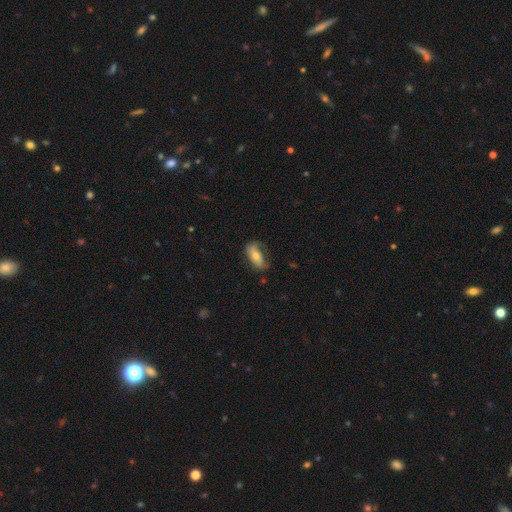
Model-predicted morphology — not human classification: type=smooth (55%); roundness=in between (79%); merging=none (57%).